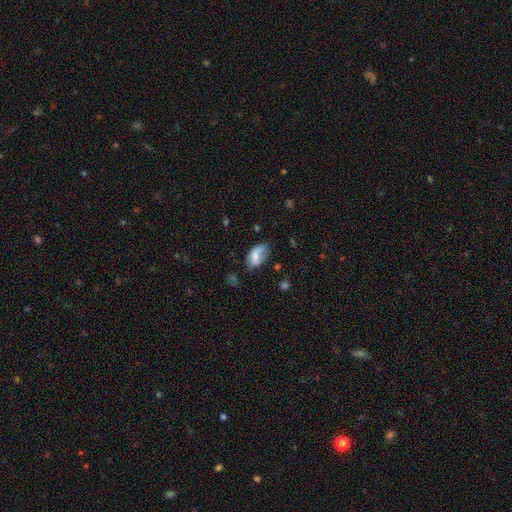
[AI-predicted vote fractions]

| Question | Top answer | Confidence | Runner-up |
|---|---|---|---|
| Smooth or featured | smooth | 67% | featured or disk (24%) |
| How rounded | in between | 91% | round (7%) |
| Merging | none | 49% | minor disturbance (32%) |